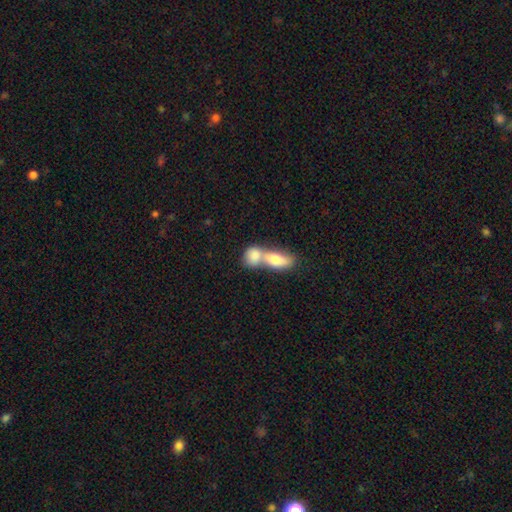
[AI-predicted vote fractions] smooth_or_featured: smooth (p=0.76) [alt: featured or disk p=0.17]
how_rounded: in between (p=0.72) [alt: round p=0.20]
merging: merger (p=0.78) [alt: none p=0.15]